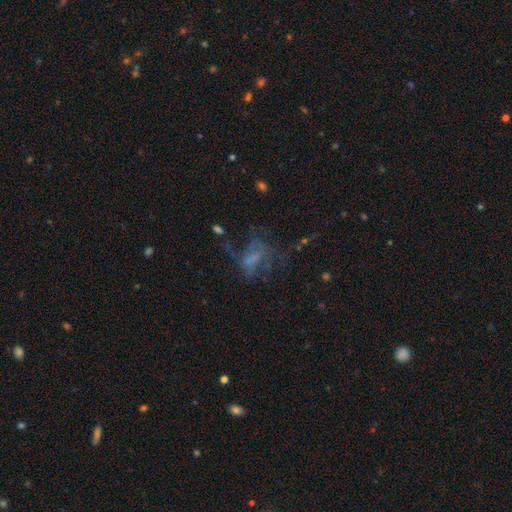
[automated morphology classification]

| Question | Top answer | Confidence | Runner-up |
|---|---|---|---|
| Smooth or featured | featured or disk | 42% | star or artifact (34%) |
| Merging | none | 47% | major disturbance (31%) |